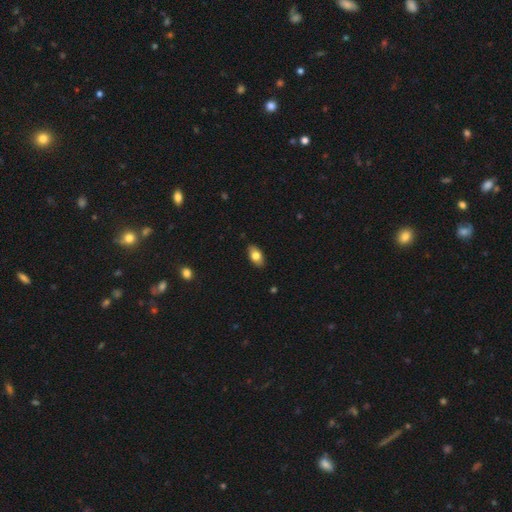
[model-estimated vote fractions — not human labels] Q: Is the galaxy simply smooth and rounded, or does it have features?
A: smooth — 76%.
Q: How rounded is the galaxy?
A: in between — 90%.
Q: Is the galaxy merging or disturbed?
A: none — 87%.